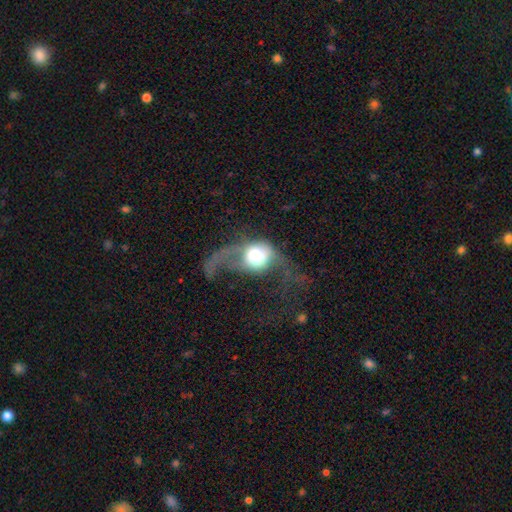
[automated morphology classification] Smooth or featured? smooth (46%)
Merging? major disturbance (63%)